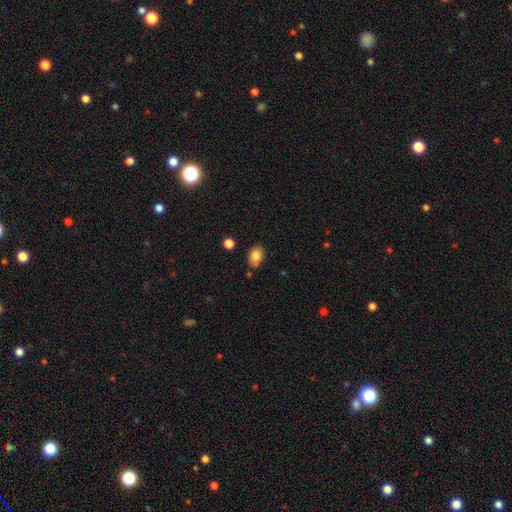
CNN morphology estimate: type=smooth (84%); roundness=in between (77%); merging=none (74%).